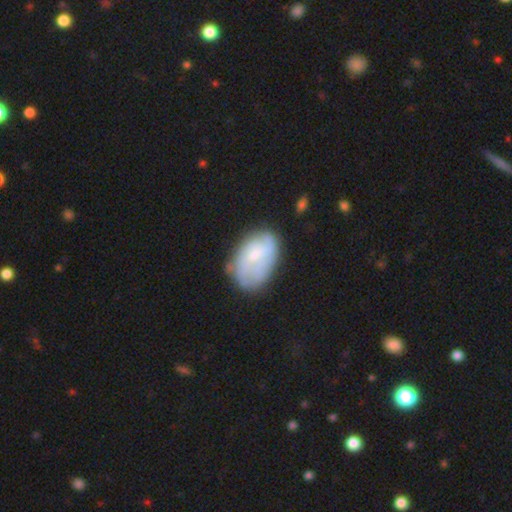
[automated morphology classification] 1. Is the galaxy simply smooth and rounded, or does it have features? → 47% featured or disk, 46% smooth, 7% star or artifact.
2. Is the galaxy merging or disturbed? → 57% none, 28% minor disturbance, 11% major disturbance, 3% merger.